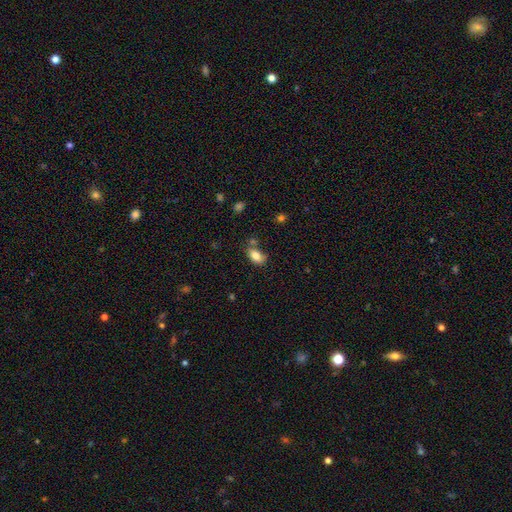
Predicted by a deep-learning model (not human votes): Smooth or featured? Predicted: smooth (p=0.82). How rounded? Predicted: in between (p=0.88). Merging? Predicted: none (p=0.63).